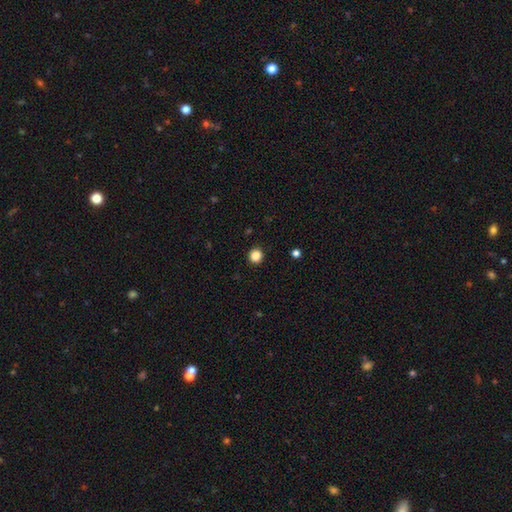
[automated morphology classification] The model was most divided on "smooth or featured": smooth: 86%, star or artifact: 11%, featured or disk: 3%. More confident: merging — none (93%); how rounded — round (92%).